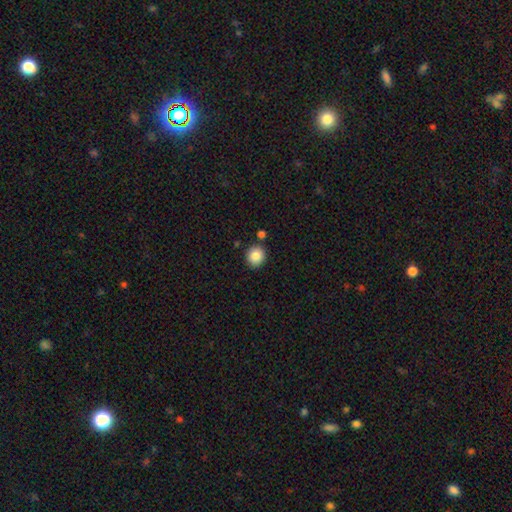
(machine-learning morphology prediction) This is clearly a smooth galaxy (86%). How rounded: clearly round (84%). Merging: clearly none (85%).